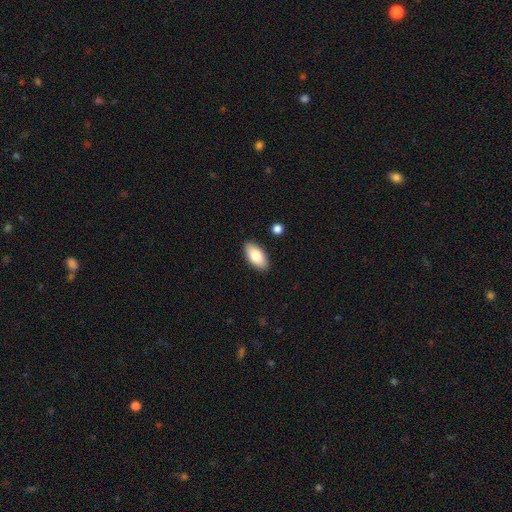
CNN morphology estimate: Smooth or featured: smooth — 82% (featured or disk — 12%)
How rounded: in between — 93% (cigar-shaped — 5%)
Merging: none — 88% (minor disturbance — 8%)